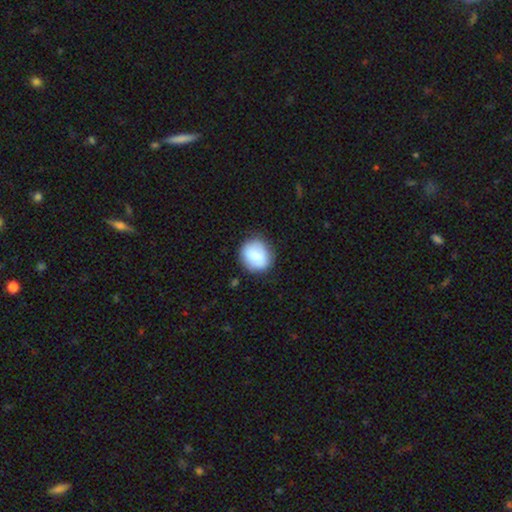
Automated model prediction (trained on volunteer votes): Smooth or featured: smooth — 82% (featured or disk — 11%)
How rounded: round — 70% (in between — 29%)
Merging: none — 76% (minor disturbance — 17%)